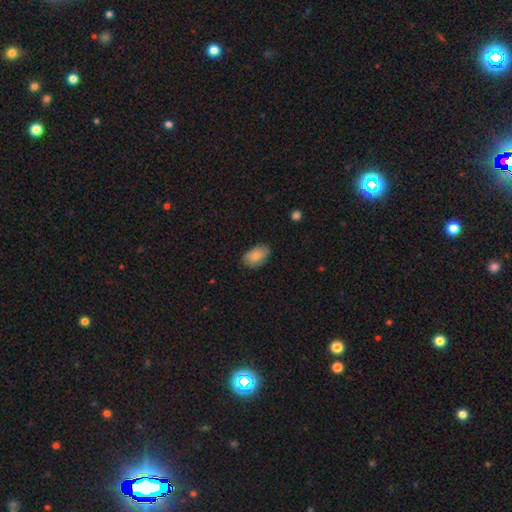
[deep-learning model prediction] This is clearly a smooth galaxy (84%). How rounded: clearly in between (92%). Merging: likely none (79%).